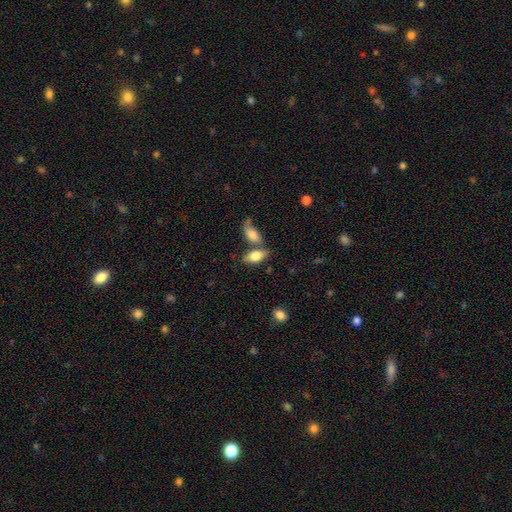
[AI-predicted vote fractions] The model was most divided on "merging": none: 57%, merger: 26%, minor disturbance: 13%, major disturbance: 4%. More confident: how rounded — in between (84%); smooth or featured — smooth (72%).